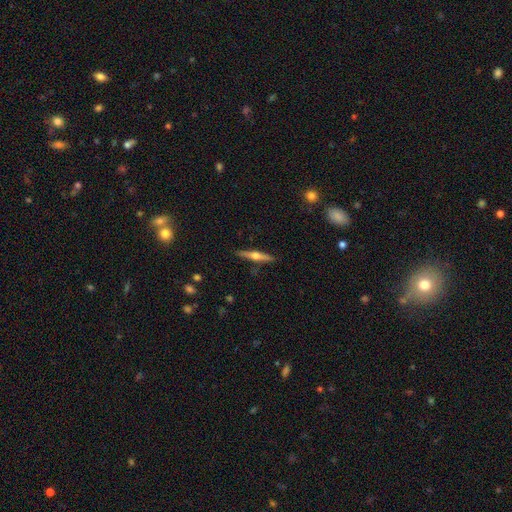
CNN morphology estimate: smooth_or_featured: featured or disk (p=0.67) [alt: smooth p=0.27]
disk_edge_on: yes (p=0.97) [alt: no p=0.03]
edge_on_bulge: rounded (p=0.94) [alt: none p=0.03]
merging: none (p=0.89) [alt: minor disturbance p=0.08]